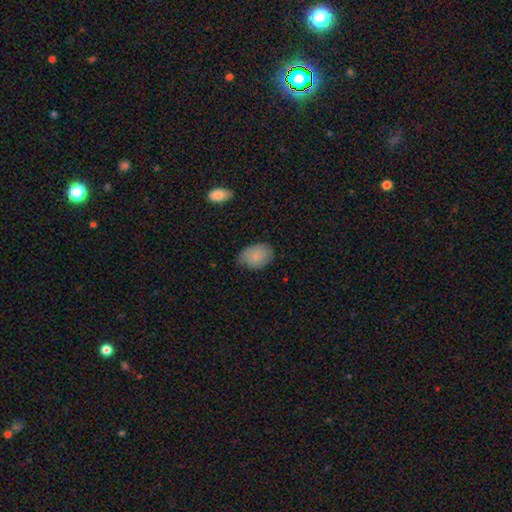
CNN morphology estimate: Smooth or featured: smooth — 81% (featured or disk — 12%)
How rounded: in between — 78% (round — 20%)
Merging: none — 70% (minor disturbance — 24%)